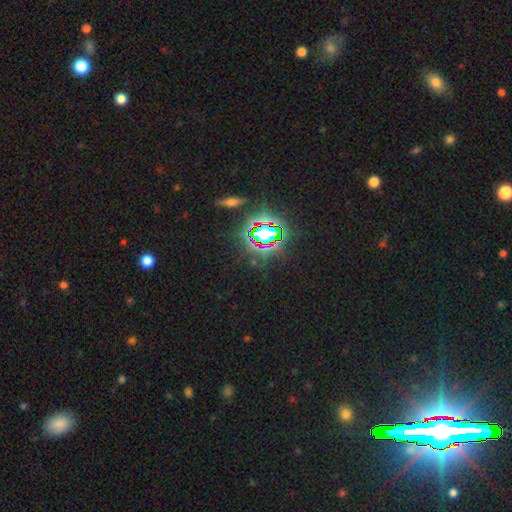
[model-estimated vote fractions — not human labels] smooth_or_featured: star or artifact (p=0.83) [alt: smooth p=0.10]